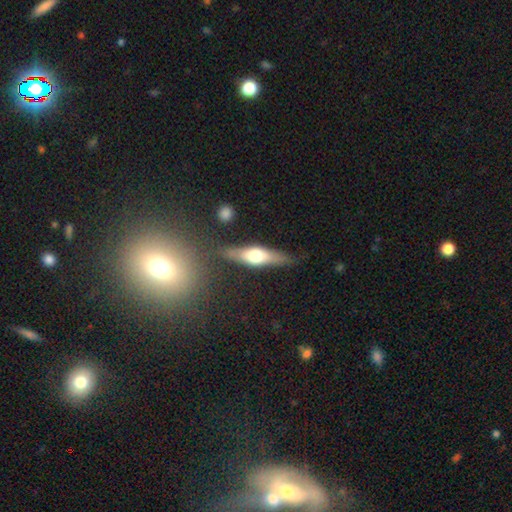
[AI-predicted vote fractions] Morphology: type=featured or disk (54%); edge-on=yes (89%); merging=none (77%).